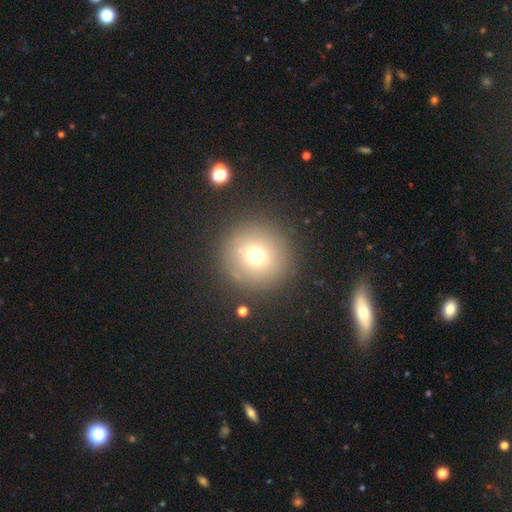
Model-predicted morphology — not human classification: A smooth galaxy with no disk features (71%) that is round (95%).

Vote fractions:
- Smooth or featured? smooth: 71% / star or artifact: 16% / featured or disk: 13%
- How rounded? round: 95% / in between: 4% / cigar-shaped: 1%
- Merging? none: 87% / minor disturbance: 7% / major disturbance: 3% / merger: 2%